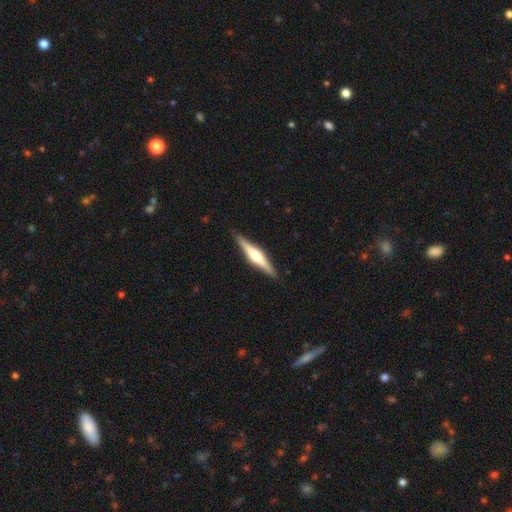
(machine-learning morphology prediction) This is likely a featured or disk galaxy (72%). It is clearly viewed edge-on (98%). Edge-on bulge: clearly rounded (85%). Merging: clearly none (90%).